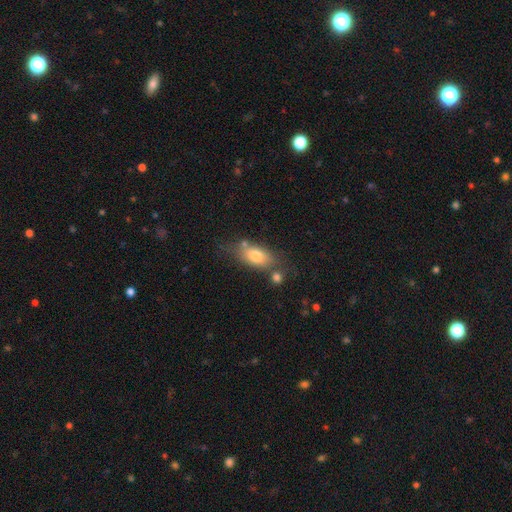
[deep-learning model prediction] A smooth galaxy with no disk features (76%) that is in between round and cigar-shaped (82%).

Vote fractions:
- Smooth or featured? smooth: 76% / featured or disk: 16% / star or artifact: 8%
- How rounded? in between: 82% / cigar-shaped: 10% / round: 8%
- Merging? none: 59% / minor disturbance: 19% / merger: 15% / major disturbance: 7%